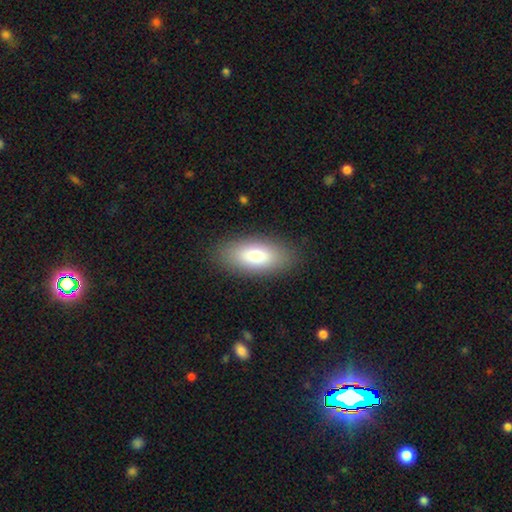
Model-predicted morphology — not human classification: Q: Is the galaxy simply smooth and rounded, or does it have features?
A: smooth — 77%.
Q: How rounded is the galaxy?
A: in between — 88%.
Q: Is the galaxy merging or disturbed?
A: none — 87%.